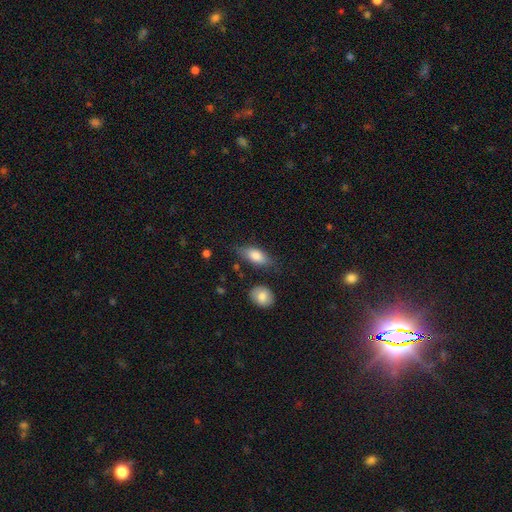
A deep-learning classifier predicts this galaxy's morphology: A smooth galaxy with no disk features (78%) that is in between round and cigar-shaped (83%). Merging: none (69%).